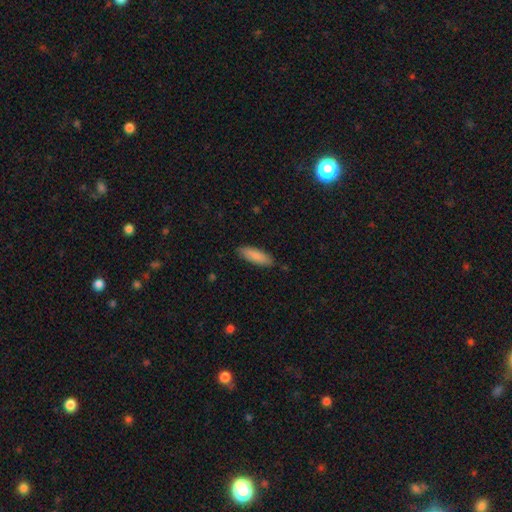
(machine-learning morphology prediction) Overall: smooth (86%). How rounded: in between (52%; cigar-shaped 47%). Merging: none (86%).